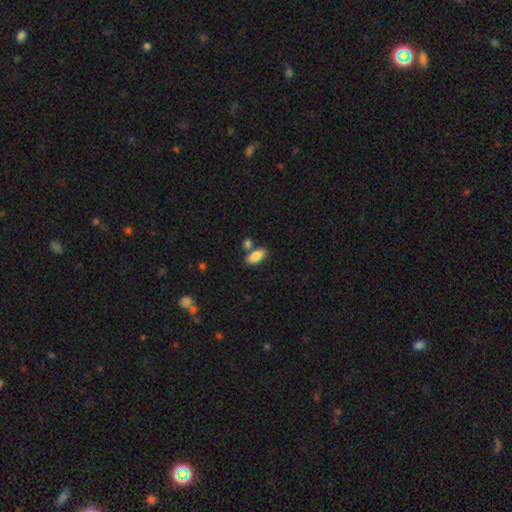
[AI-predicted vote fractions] Smooth or featured? Predicted: smooth (p=0.84). How rounded? Predicted: in between (p=0.88). Merging? Predicted: none (p=0.66).